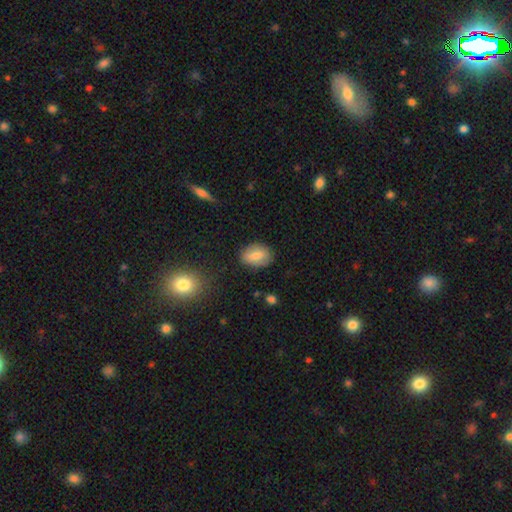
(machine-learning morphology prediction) smooth 76%, featured or disk 16%, star or artifact 8%. Down the decision tree: how rounded — in between (77%); merging — none (83%).